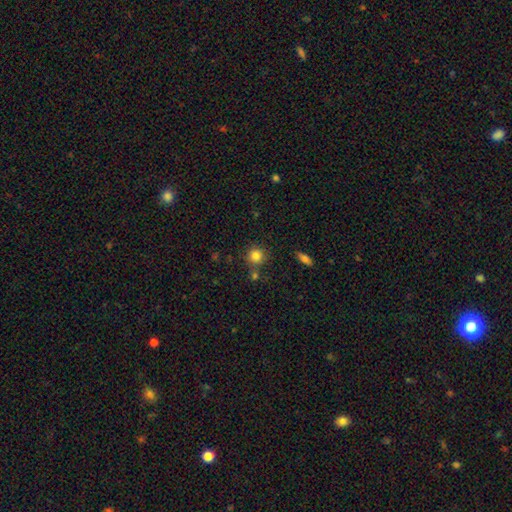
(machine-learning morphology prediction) smooth_or_featured: smooth (p=0.82) [alt: star or artifact p=0.11]
how_rounded: round (p=0.91) [alt: in between p=0.08]
merging: none (p=0.76) [alt: merger p=0.11]